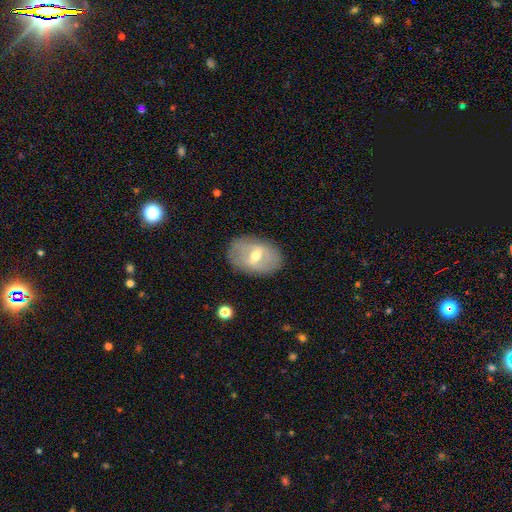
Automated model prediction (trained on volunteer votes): This is likely a featured or disk galaxy (61%). It is clearly not viewed edge-on (91%). Bar: possibly weak (47%). Spiral arm pattern: likely no (67%). Central bulge: likely moderate (67%). Merging: clearly none (82%).